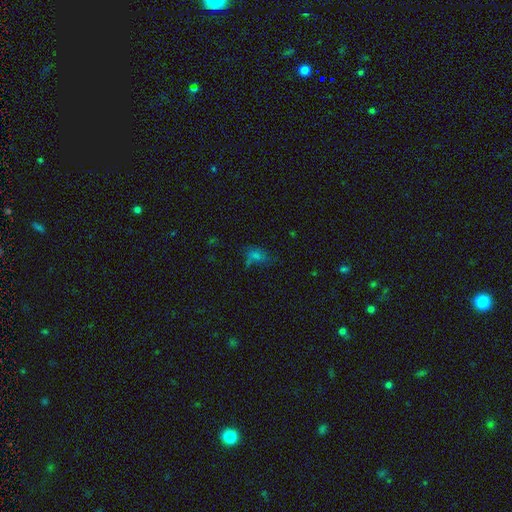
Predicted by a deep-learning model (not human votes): smooth_or_featured: smooth (p=0.58) [alt: star or artifact p=0.30]
how_rounded: in between (p=0.79) [alt: round p=0.16]
merging: none (p=0.51) [alt: minor disturbance p=0.22]